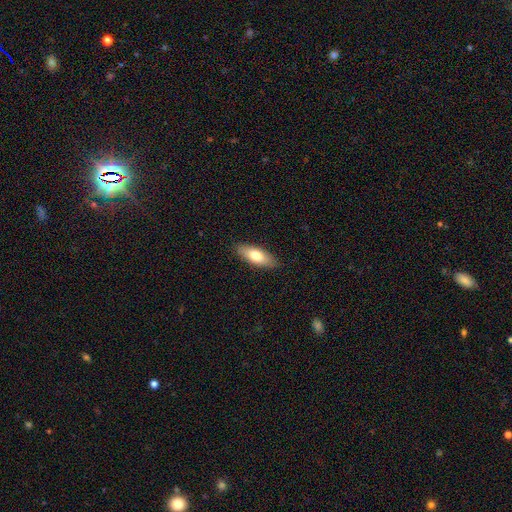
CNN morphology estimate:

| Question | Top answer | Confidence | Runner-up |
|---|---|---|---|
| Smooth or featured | smooth | 73% | featured or disk (21%) |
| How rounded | in between | 73% | cigar-shaped (25%) |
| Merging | none | 87% | minor disturbance (10%) |